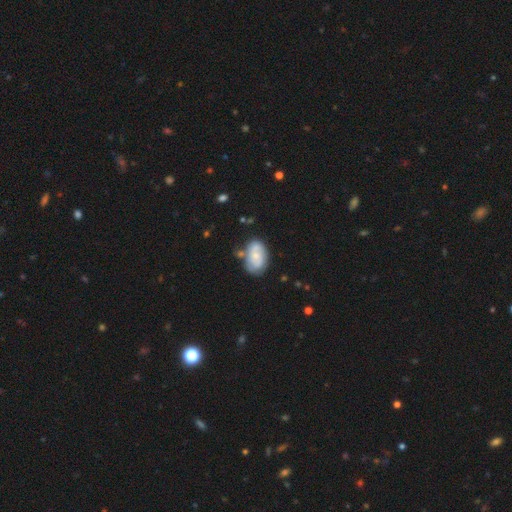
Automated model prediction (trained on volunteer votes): smooth_or_featured: featured or disk (p=0.47) [tied with: smooth p=0.47]
merging: none (p=0.57) [alt: minor disturbance p=0.24]